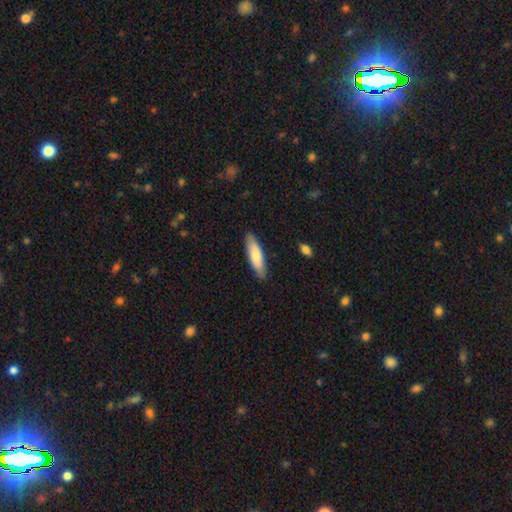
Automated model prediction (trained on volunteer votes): Q: Smooth or featured?
A: smooth (78%); runner-up: featured or disk (17%)
Q: How rounded?
A: cigar-shaped (59%); runner-up: in between (39%)
Q: Merging?
A: none (88%); runner-up: minor disturbance (10%)